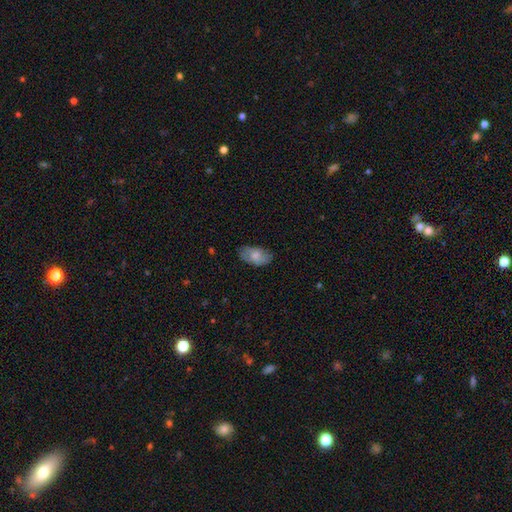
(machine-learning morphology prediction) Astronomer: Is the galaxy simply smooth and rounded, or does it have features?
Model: smooth — 72%.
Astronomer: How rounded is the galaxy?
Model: in between — 93%.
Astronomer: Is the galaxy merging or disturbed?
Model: none — 73%.